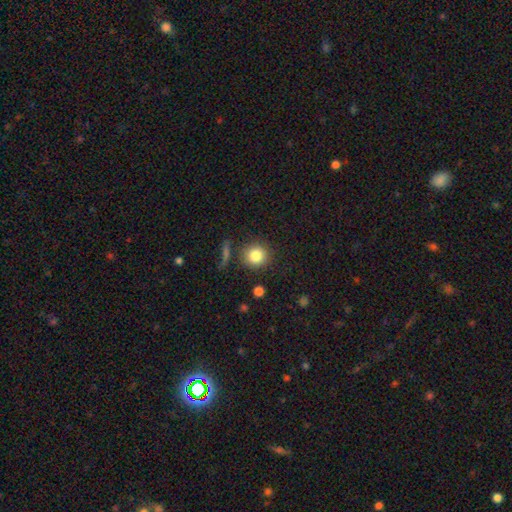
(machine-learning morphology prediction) Q: Smooth or featured?
A: smooth (83%); runner-up: star or artifact (10%)
Q: How rounded?
A: round (91%); runner-up: in between (8%)
Q: Merging?
A: none (85%); runner-up: minor disturbance (8%)